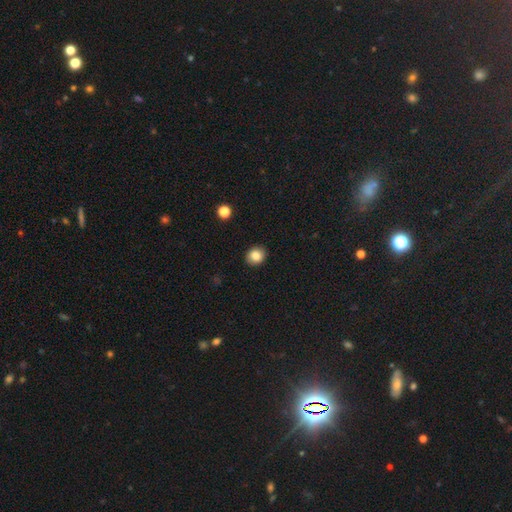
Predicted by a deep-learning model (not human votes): A smooth galaxy with no disk features (84%) that is round (66%).

Vote fractions:
- Smooth or featured? smooth: 84% / star or artifact: 10% / featured or disk: 6%
- How rounded? round: 66% / in between: 33% / cigar-shaped: 1%
- Merging? none: 90% / minor disturbance: 7% / major disturbance: 2% / merger: 1%